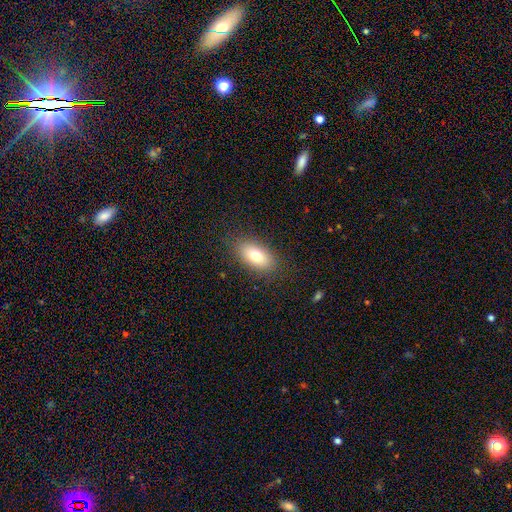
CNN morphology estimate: Overall: smooth (75%). How rounded: in between (89%). Merging: none (85%).